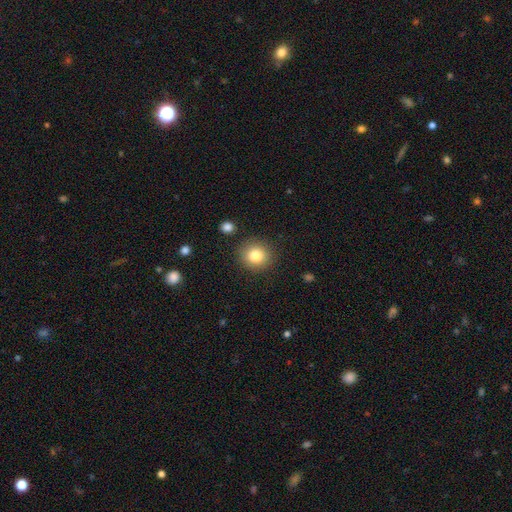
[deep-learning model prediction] Q: Smooth or featured?
A: smooth (82%); runner-up: star or artifact (11%)
Q: How rounded?
A: round (88%); runner-up: in between (11%)
Q: Merging?
A: none (88%); runner-up: minor disturbance (7%)